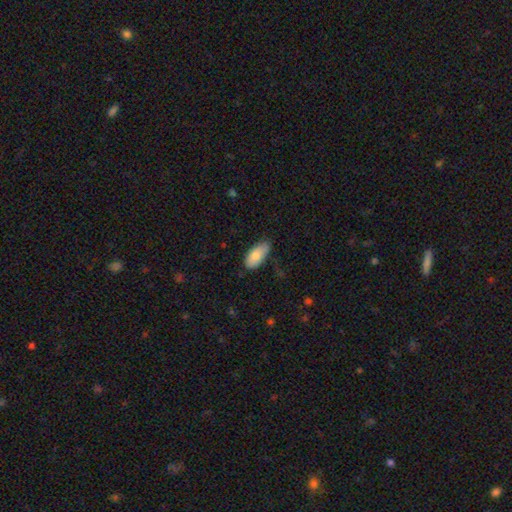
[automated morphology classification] This is clearly a smooth galaxy (80%). How rounded: clearly in between (91%). Merging: likely none (68%).